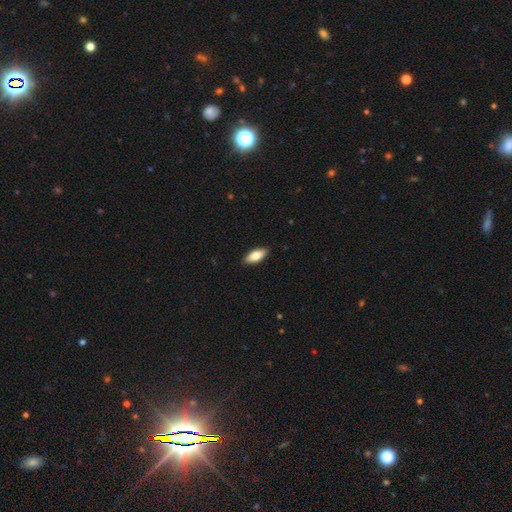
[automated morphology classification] The model was most divided on "how rounded": in between: 81%, cigar-shaped: 17%, round: 2%. More confident: merging — none (89%); smooth or featured — smooth (81%).